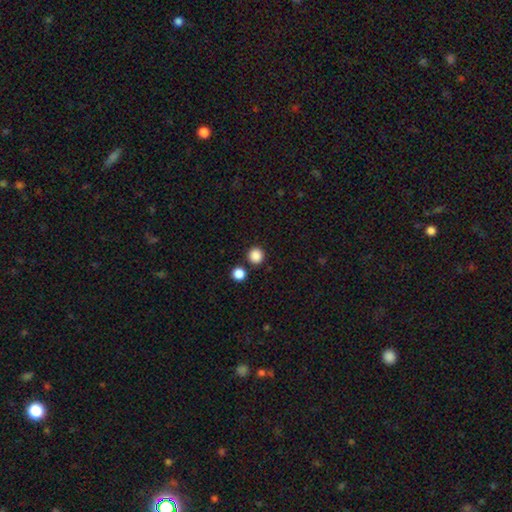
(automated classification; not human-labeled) smooth_or_featured: smooth (p=0.87) [alt: star or artifact p=0.10]
how_rounded: round (p=0.93) [alt: in between p=0.06]
merging: none (p=0.87) [alt: merger p=0.06]